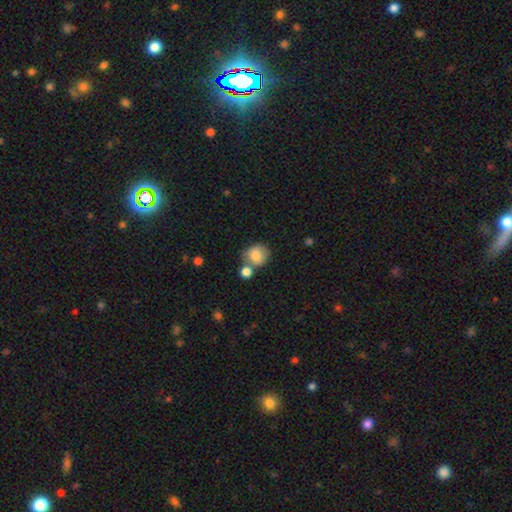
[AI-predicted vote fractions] Q: Smooth or featured?
A: smooth (79%); runner-up: featured or disk (12%)
Q: How rounded?
A: round (72%); runner-up: in between (27%)
Q: Merging?
A: none (48%); runner-up: merger (30%)